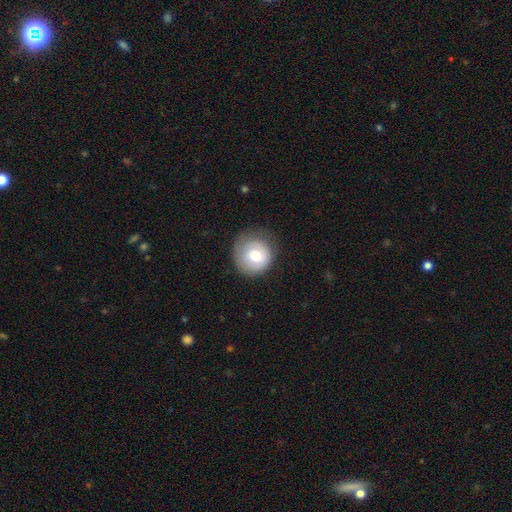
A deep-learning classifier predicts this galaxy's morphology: The model was most divided on "smooth or featured": smooth: 67%, featured or disk: 26%, star or artifact: 7%. More confident: how rounded — round (90%); merging — none (65%).